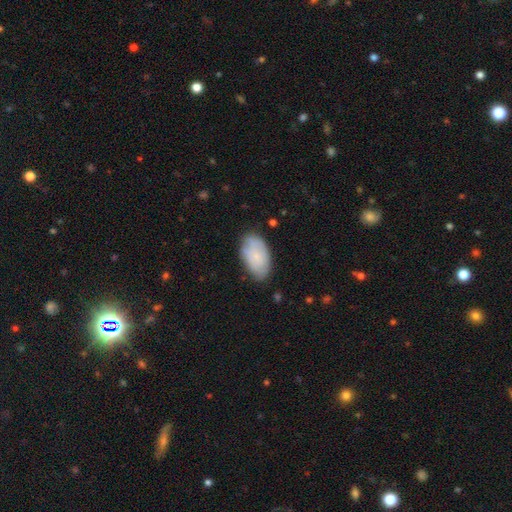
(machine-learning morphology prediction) Overall: smooth (73%). How rounded: in between (95%). Merging: none (71%).